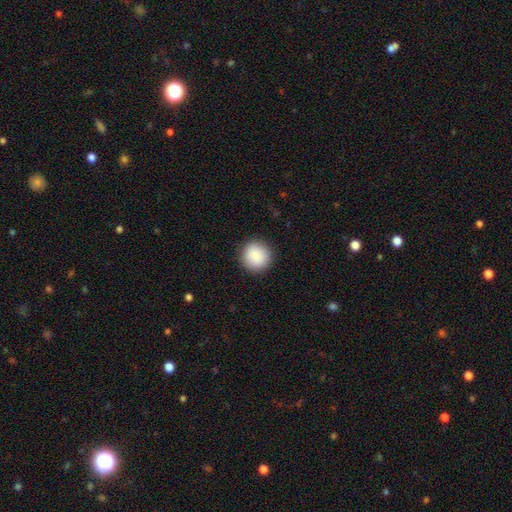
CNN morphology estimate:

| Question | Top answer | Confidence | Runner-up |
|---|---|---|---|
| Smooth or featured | smooth | 87% | star or artifact (7%) |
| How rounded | round | 94% | in between (5%) |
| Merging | none | 91% | minor disturbance (6%) |